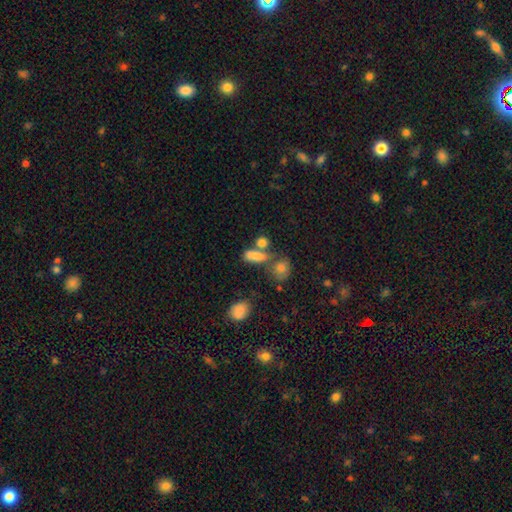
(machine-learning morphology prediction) Smooth or featured? smooth (78%)
How rounded? in between (57%)
Merging? none (47%)